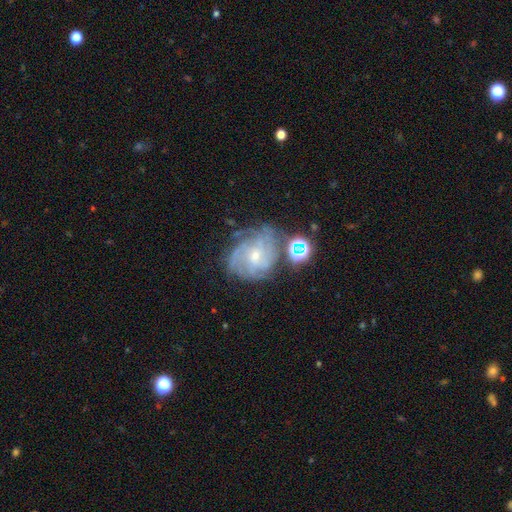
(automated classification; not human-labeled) The model was most divided on "spiral arm count": can't tell: 35%, 4: 24%, 3: 16%, more than 4: 12%, 2: 8%, 1: 6%. More confident: edge-on disk — no (97%); spiral arms — yes (93%); smooth or featured — featured or disk (78%); bulge size — small (71%); bar — no (65%); merging — none (63%); spiral winding — tight (56%).